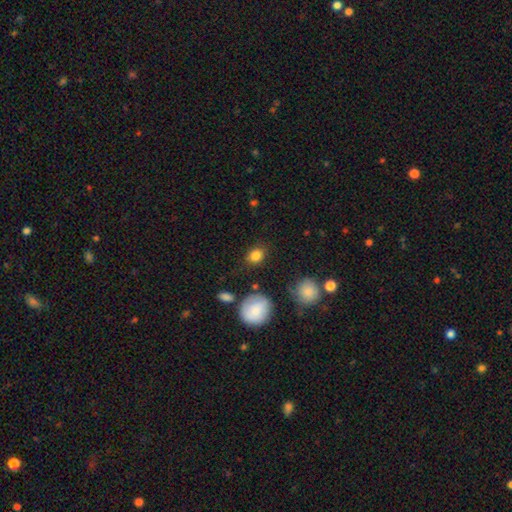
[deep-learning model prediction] smooth 84%, star or artifact 10%, featured or disk 6%. Down the decision tree: how rounded — round (57%); merging — none (78%).